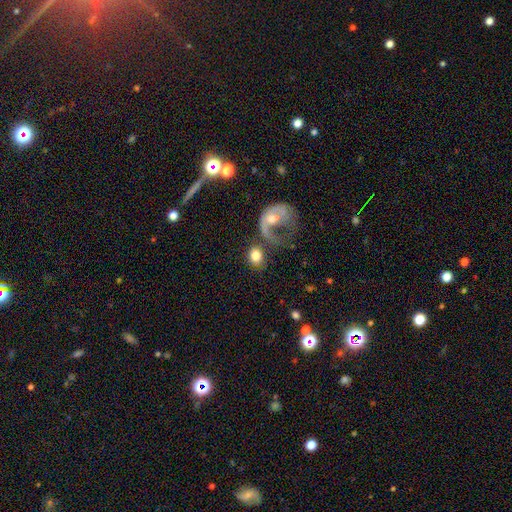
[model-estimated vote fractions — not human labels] Smooth or featured: smooth — 72% (featured or disk — 21%)
How rounded: in between — 58% (round — 41%)
Merging: none — 41% (merger — 26%)